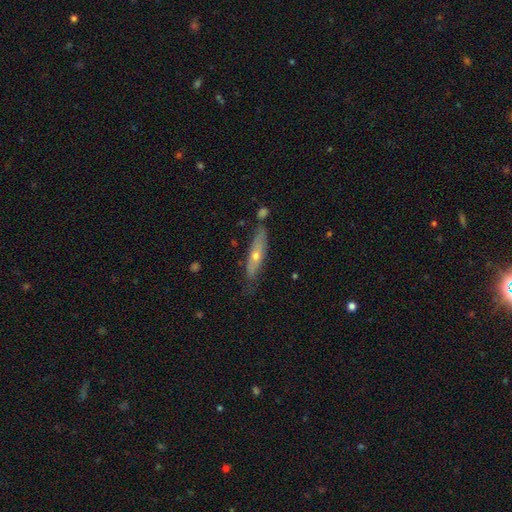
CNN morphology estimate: Overall: featured or disk (54%; smooth 39%). Edge-on disk: yes (69%; no 31%). Merging: none (71%).